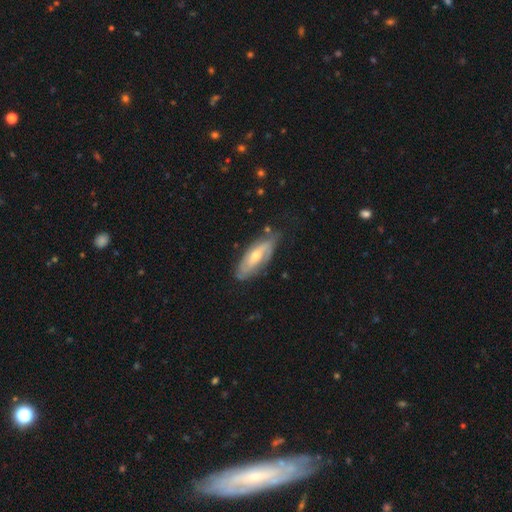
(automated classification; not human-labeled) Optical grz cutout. It shows a featured or disk galaxy (62%). Merging: none (70%).